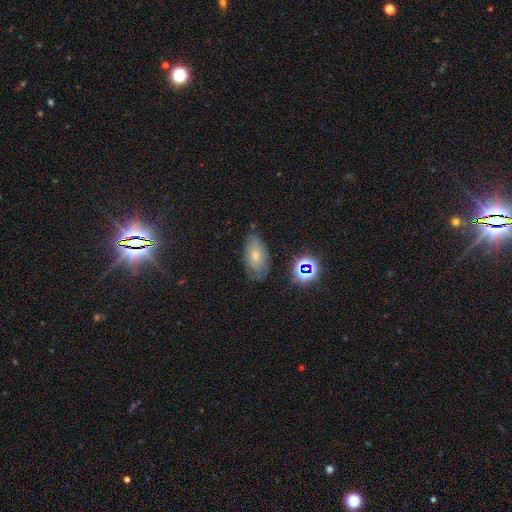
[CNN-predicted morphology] Q: Smooth or featured?
A: smooth (56%); runner-up: featured or disk (29%)
Q: How rounded?
A: in between (90%); runner-up: round (7%)
Q: Merging?
A: none (67%); runner-up: minor disturbance (23%)